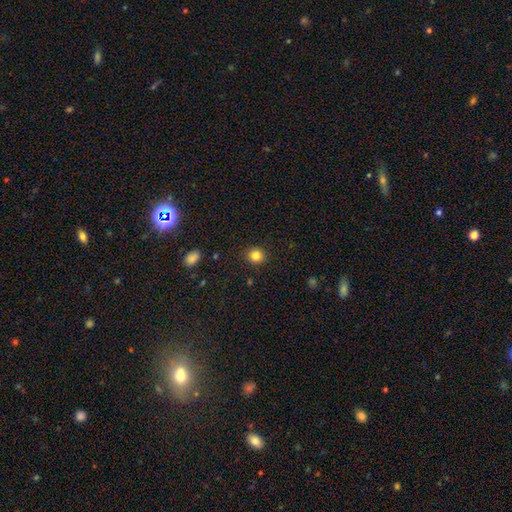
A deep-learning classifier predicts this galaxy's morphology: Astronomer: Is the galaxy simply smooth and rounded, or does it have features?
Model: smooth — 83%.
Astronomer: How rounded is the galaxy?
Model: round — 89%.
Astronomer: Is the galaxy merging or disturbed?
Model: none — 91%.